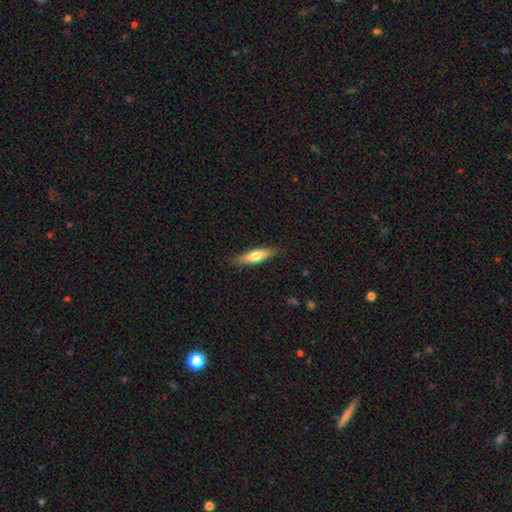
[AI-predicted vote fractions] Q: Smooth or featured?
A: smooth (64%); runner-up: featured or disk (30%)
Q: How rounded?
A: cigar-shaped (65%); runner-up: in between (33%)
Q: Merging?
A: none (85%); runner-up: minor disturbance (12%)